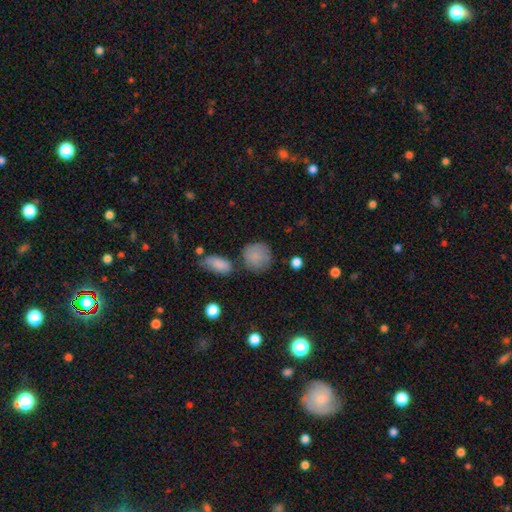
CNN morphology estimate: Overall: smooth (84%). How rounded: round (84%). Merging: none (67%).